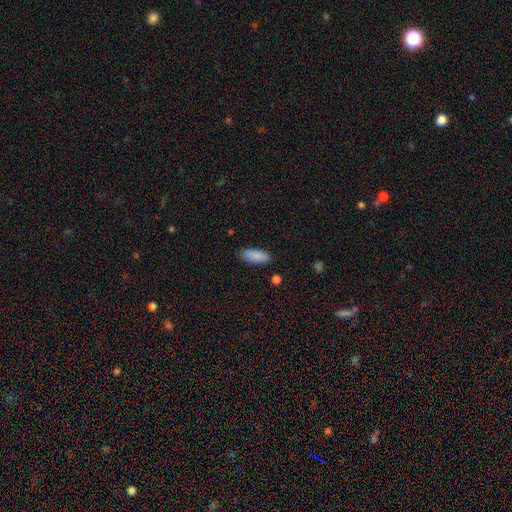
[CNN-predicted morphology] This appears to be a smooth galaxy with no disk features (88%) that is in between round and cigar-shaped (78%). Merging: none (84%).